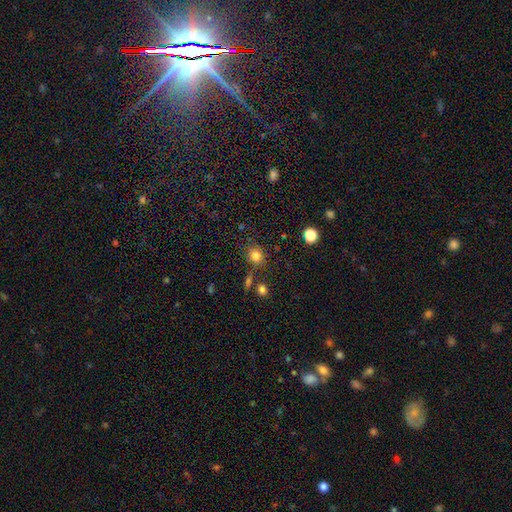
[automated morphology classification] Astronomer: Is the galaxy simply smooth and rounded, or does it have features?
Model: smooth — 81%.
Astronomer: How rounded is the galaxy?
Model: round — 68%.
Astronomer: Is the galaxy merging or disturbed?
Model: none — 75%.